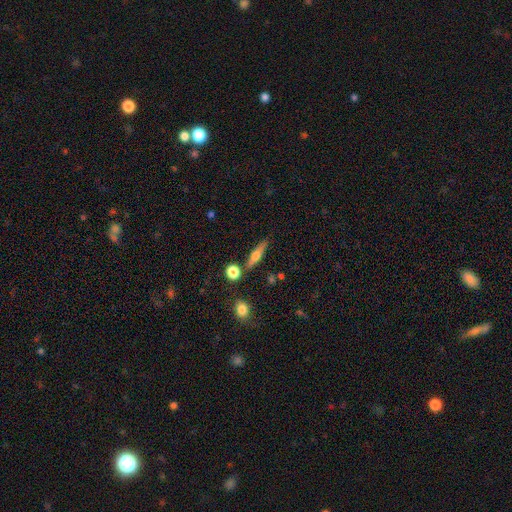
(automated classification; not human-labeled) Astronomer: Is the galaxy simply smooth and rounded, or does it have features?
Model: featured or disk — 47% (runner-up: smooth, 45%).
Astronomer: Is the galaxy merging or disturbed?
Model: none — 80%.